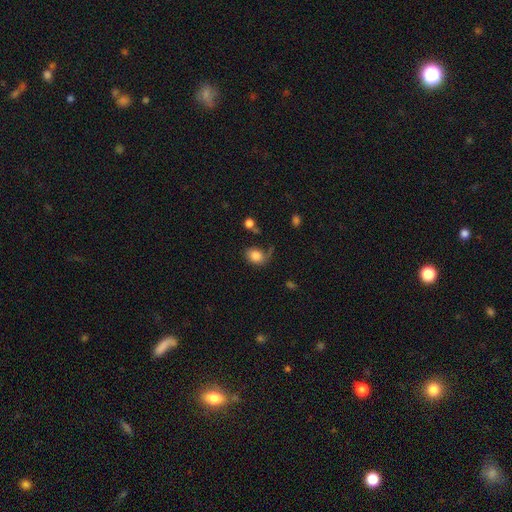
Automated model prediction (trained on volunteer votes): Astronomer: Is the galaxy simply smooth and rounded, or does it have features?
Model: smooth — 81%.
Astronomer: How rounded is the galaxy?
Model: in between — 58% (runner-up: round, 41%).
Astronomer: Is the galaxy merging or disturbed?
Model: none — 52%.